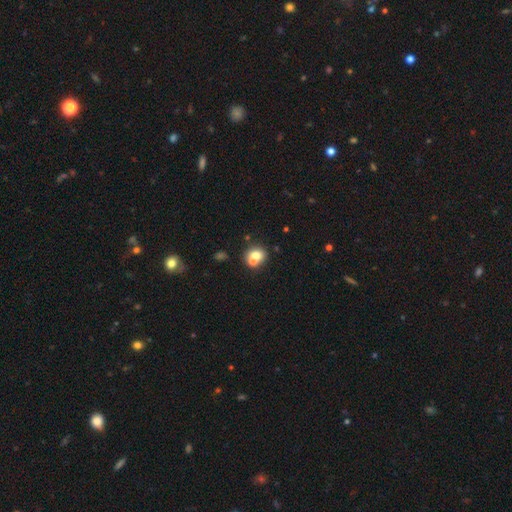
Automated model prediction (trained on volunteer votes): smooth 68%, featured or disk 21%, star or artifact 12%. Down the decision tree: how rounded — round (72%); merging — merger (49%).